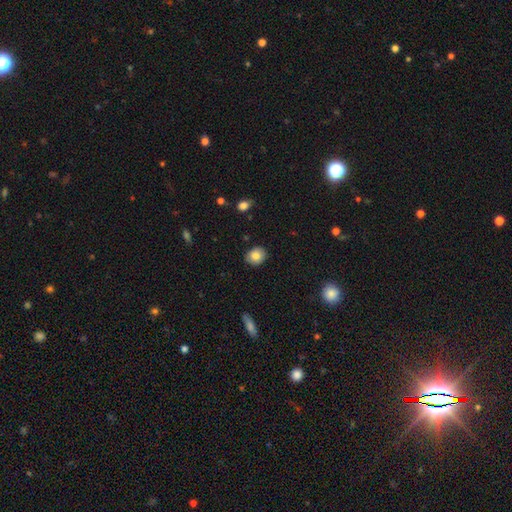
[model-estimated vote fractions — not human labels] A smooth galaxy with no disk features (83%) that is round (63%).

Vote fractions:
- Smooth or featured? smooth: 83% / star or artifact: 9% / featured or disk: 8%
- How rounded? round: 63% / in between: 36% / cigar-shaped: 1%
- Merging? none: 87% / minor disturbance: 10% / major disturbance: 2% / merger: 1%